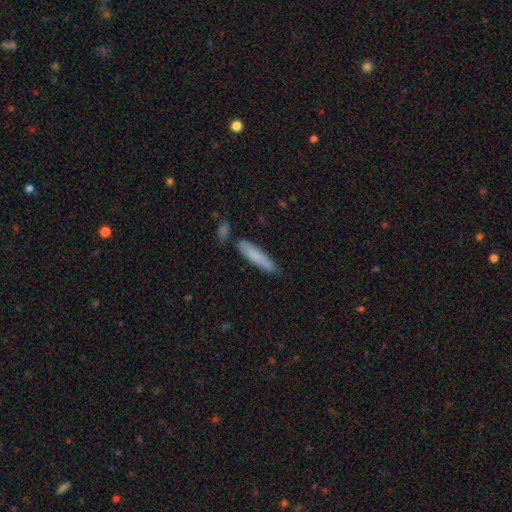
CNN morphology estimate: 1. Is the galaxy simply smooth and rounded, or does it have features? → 77% smooth, 17% featured or disk, 6% star or artifact.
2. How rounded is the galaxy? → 87% cigar-shaped, 12% in between, 1% round.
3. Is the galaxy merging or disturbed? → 74% none, 15% minor disturbance, 8% merger, 3% major disturbance.